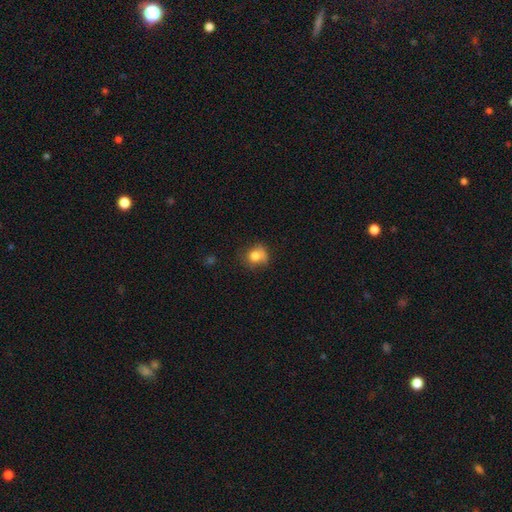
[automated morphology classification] Smooth or featured?
  - smooth: 75% *
  - featured or disk: 13%
  - star or artifact: 11%
How rounded?
  - round: 73% *
  - in between: 26%
  - cigar-shaped: 1%
Merging?
  - none: 50% *
  - minor disturbance: 30%
  - major disturbance: 13%
  - merger: 7%